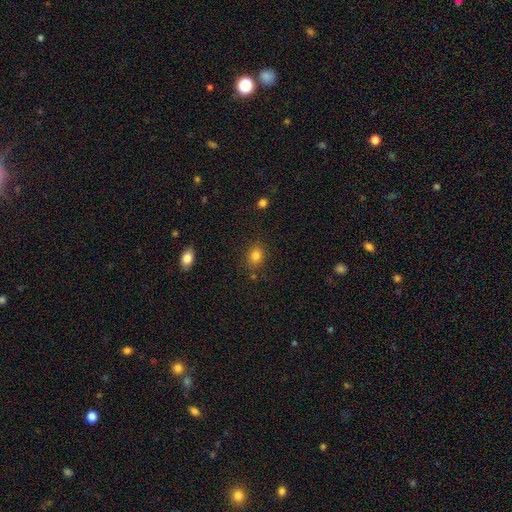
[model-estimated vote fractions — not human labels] A smooth galaxy with no disk features (83%) that is in between round and cigar-shaped (50%). Merging: none (81%).